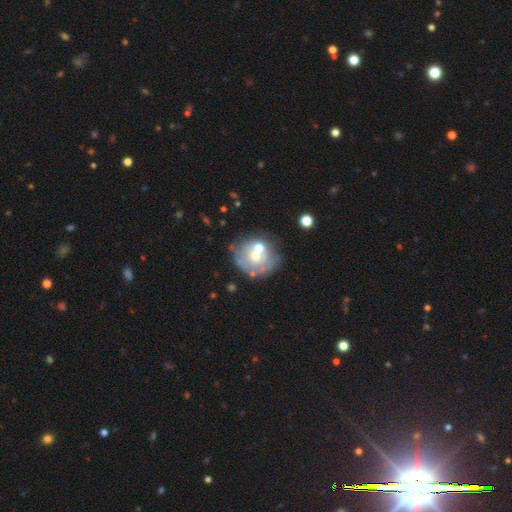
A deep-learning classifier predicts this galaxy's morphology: smooth-or-featured: featured or disk: 49% | smooth: 40% | star or artifact: 11%
  merging: none: 53% | merger: 19% | minor disturbance: 18% | major disturbance: 10%